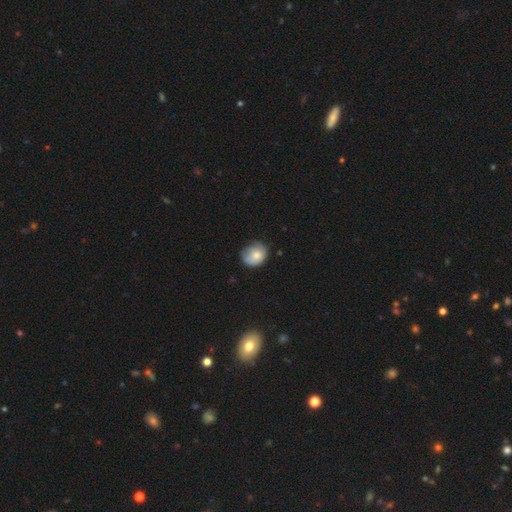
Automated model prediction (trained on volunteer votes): Smooth or featured? Predicted: smooth (p=0.76). How rounded? Predicted: round (p=0.63). Merging? Predicted: none (p=0.59).